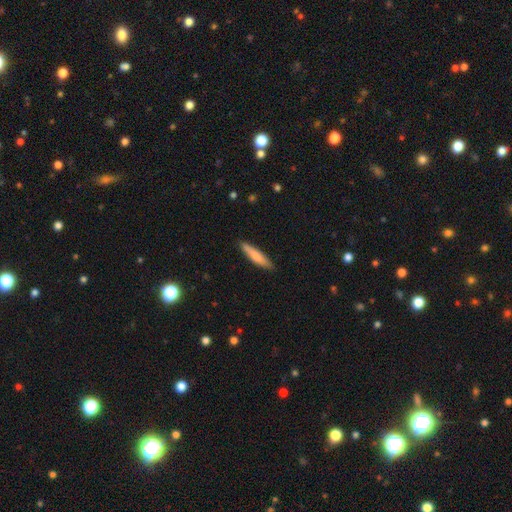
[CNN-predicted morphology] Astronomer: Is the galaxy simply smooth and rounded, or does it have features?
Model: smooth — 75%.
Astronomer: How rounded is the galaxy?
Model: cigar-shaped — 86%.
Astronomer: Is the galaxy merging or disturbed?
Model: none — 87%.